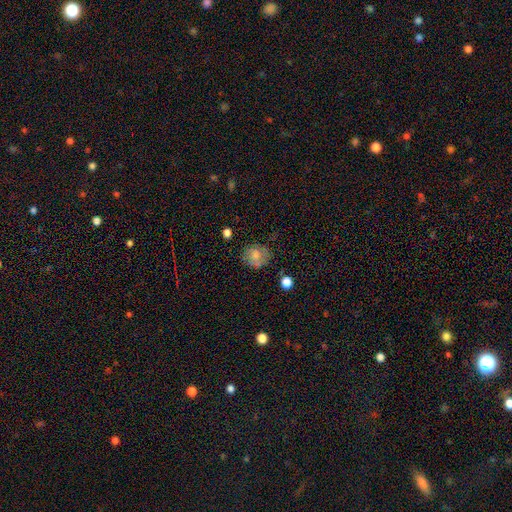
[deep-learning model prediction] Overall: smooth (73%). How rounded: round (77%). Merging: none (66%).